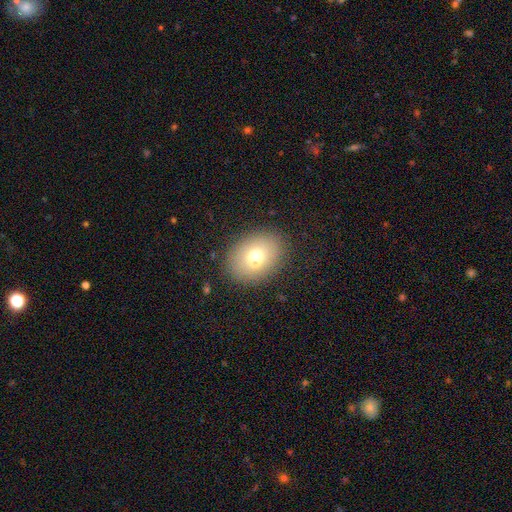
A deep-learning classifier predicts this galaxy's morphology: A smooth galaxy with no disk features (67%) that is in between round and cigar-shaped (63%). Merging: none (66%).